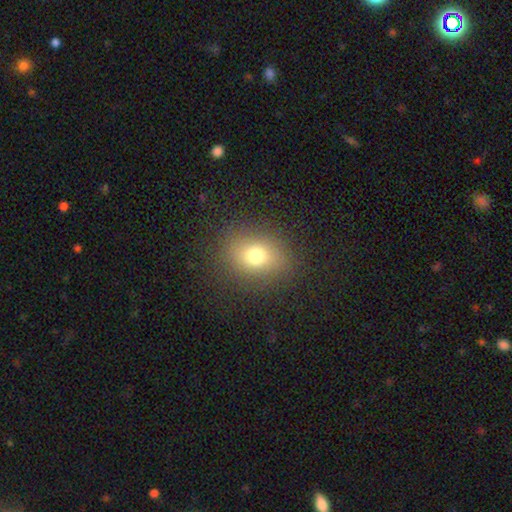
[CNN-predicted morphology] Q: Smooth or featured?
A: smooth (75%); runner-up: star or artifact (14%)
Q: How rounded?
A: round (52%); runner-up: in between (47%)
Q: Merging?
A: none (85%); runner-up: minor disturbance (9%)